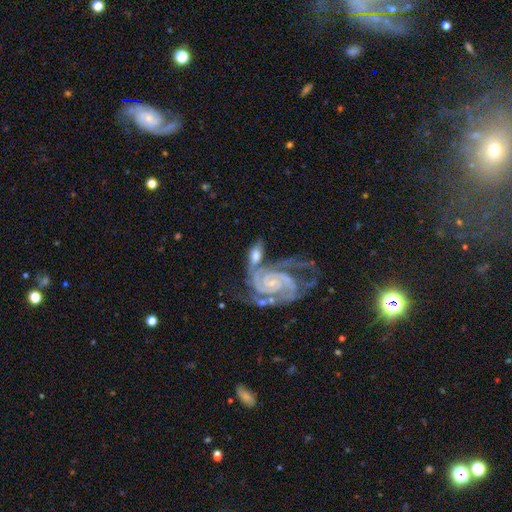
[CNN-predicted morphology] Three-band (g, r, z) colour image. It shows a featured or disk galaxy (80%) with no bar (58%), 2 (77%) tight (61%) spiral arms (96%) and a small central bulge (70%). Merging: merger (45%).